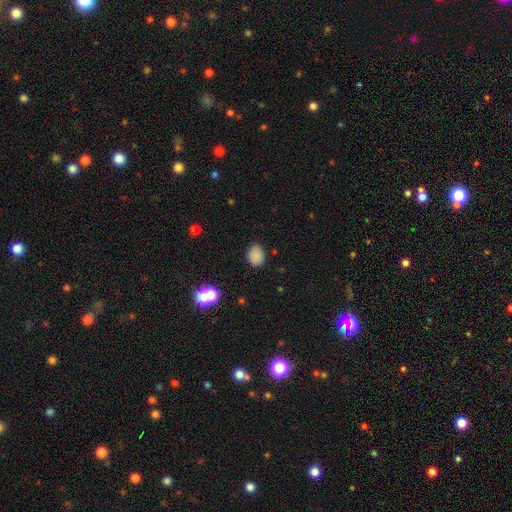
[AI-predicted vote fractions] Smooth or featured?
  - smooth: 84% *
  - star or artifact: 11%
  - featured or disk: 5%
How rounded?
  - in between: 69% *
  - round: 30%
  - cigar-shaped: 1%
Merging?
  - none: 83% *
  - minor disturbance: 12%
  - major disturbance: 3%
  - merger: 2%